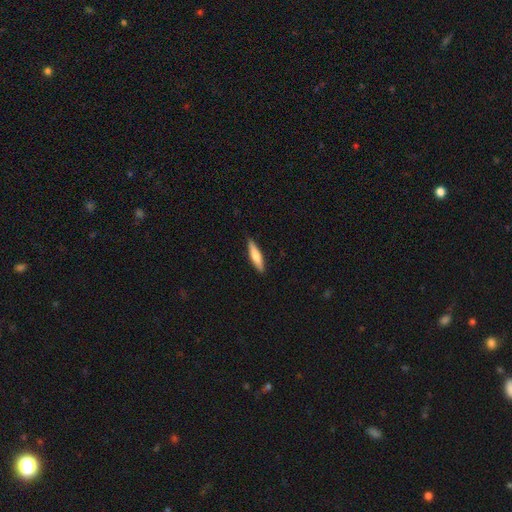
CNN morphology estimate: A smooth galaxy with no disk features (70%) that is cigar-shaped (80%).

Vote fractions:
- Smooth or featured? smooth: 70% / featured or disk: 25% / star or artifact: 5%
- How rounded? cigar-shaped: 80% / in between: 18% / round: 1%
- Merging? none: 89% / minor disturbance: 8% / major disturbance: 2% / merger: 1%